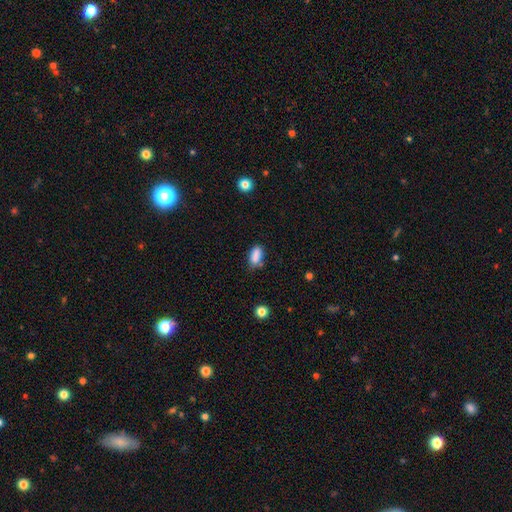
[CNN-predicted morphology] A smooth galaxy with no disk features (86%) that is in between round and cigar-shaped (85%).

Vote fractions:
- Smooth or featured? smooth: 86% / star or artifact: 9% / featured or disk: 6%
- How rounded? in between: 85% / cigar-shaped: 11% / round: 4%
- Merging? none: 69% / minor disturbance: 20% / merger: 7% / major disturbance: 4%